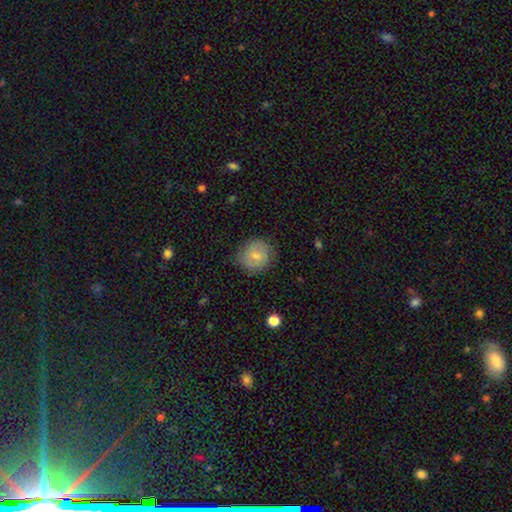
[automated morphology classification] type=smooth (68%); roundness=round (85%); merging=none (79%).